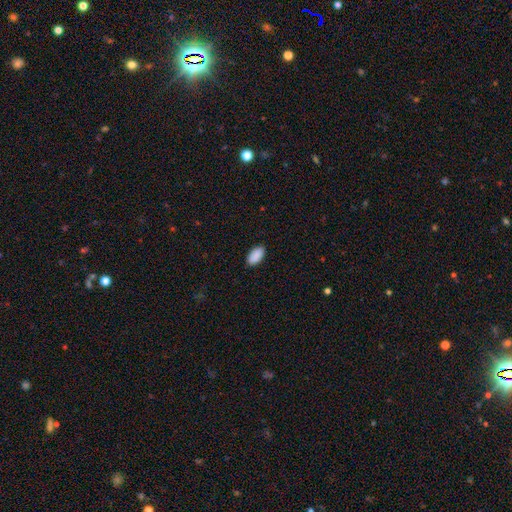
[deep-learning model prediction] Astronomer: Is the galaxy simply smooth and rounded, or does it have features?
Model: smooth — 91%.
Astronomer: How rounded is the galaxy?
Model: in between — 95%.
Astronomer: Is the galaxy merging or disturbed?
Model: none — 89%.